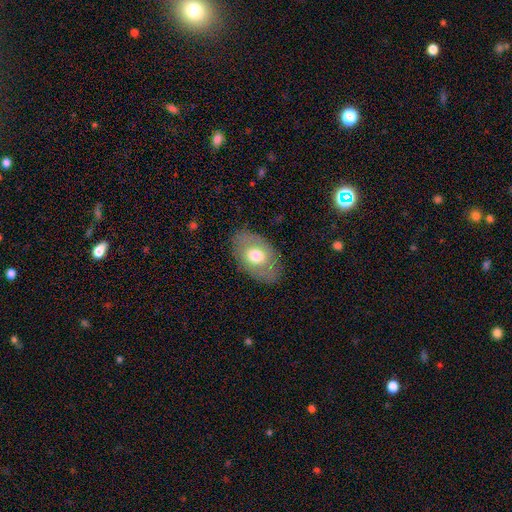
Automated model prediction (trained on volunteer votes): Smooth or featured? Predicted: smooth (p=0.59). How rounded? Predicted: in between (p=0.88). Merging? Predicted: none (p=0.81).